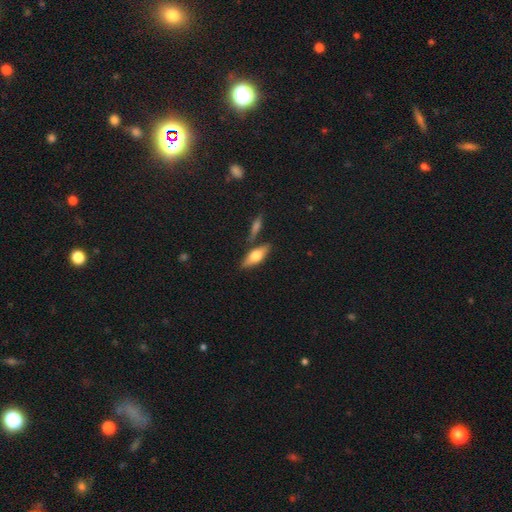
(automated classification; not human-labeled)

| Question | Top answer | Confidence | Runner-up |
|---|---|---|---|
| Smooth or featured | smooth | 58% | featured or disk (35%) |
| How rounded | in between | 66% | cigar-shaped (31%) |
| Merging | none | 75% | minor disturbance (11%) |